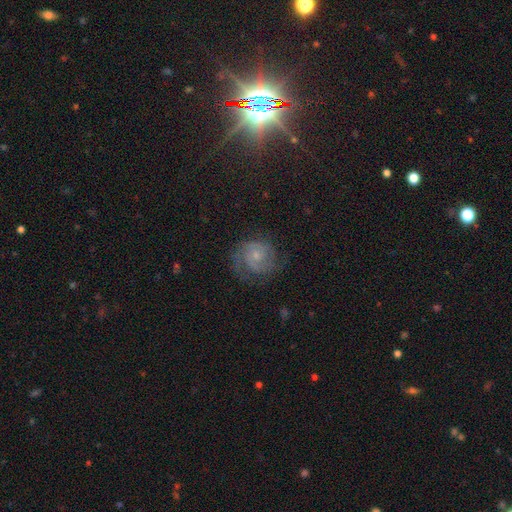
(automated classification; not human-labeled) A featured or disk galaxy (74%) with no bar (71%), 2 (50%) tight (52%) spiral arms (93%) and a small central bulge (66%). Merging: none (66%).